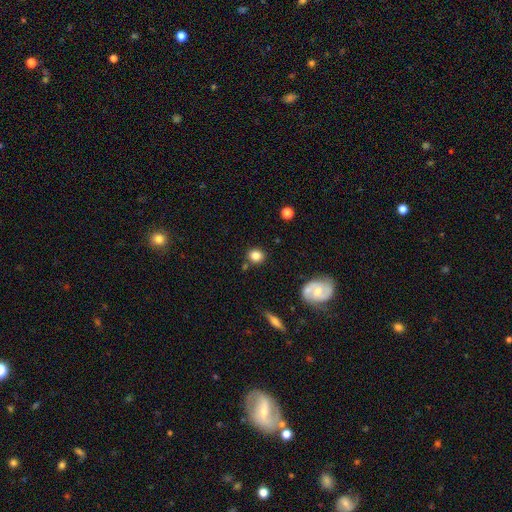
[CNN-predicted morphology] This is clearly a smooth galaxy (83%). How rounded: likely round (78%). Merging: clearly none (81%).